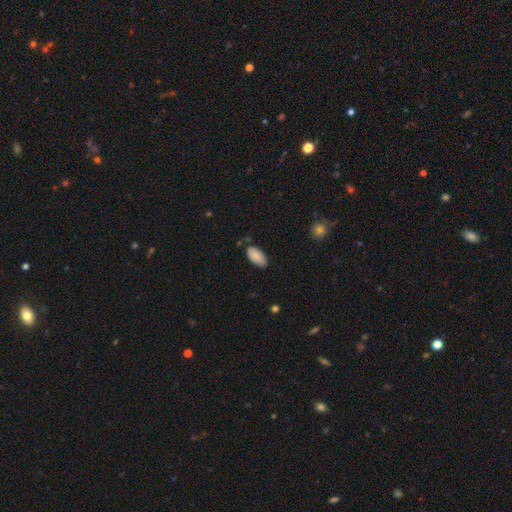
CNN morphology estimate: This appears to be a smooth galaxy with no disk features (89%) that is in between round and cigar-shaped (95%). Merging: none (74%).